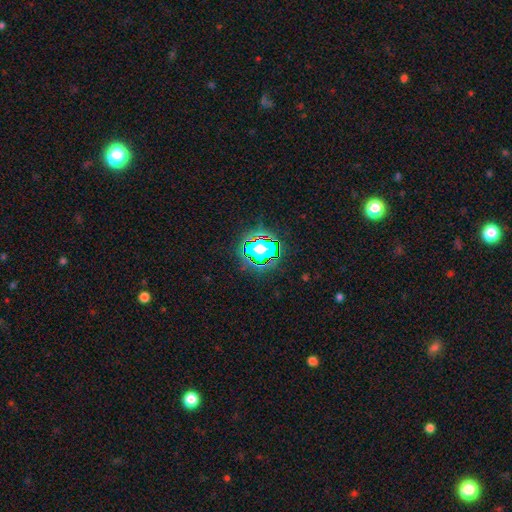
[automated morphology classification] This is likely a star or artifact rather than a galaxy (79%).